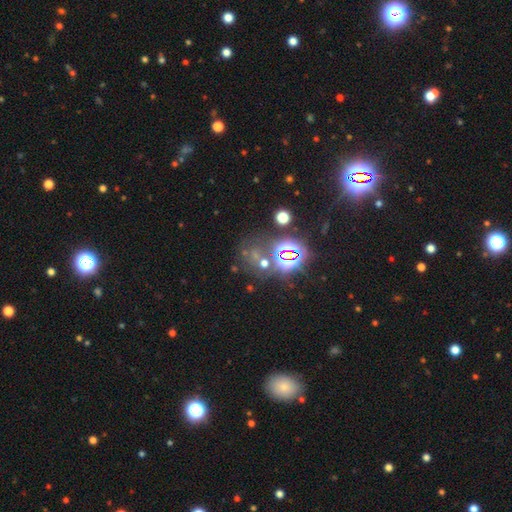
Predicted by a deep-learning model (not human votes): A star or artifact, not a galaxy (63%).